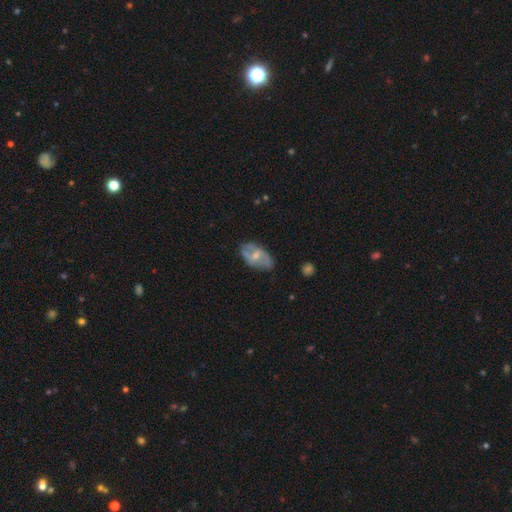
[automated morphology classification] The model was most divided on "bulge size": moderate: 48%, small: 45%, none: 4%, large: 2%, dominant: 1%. Remaining: edge-on disk — no (93%); spiral arms — yes (60%); merging — none (59%); smooth or featured — featured or disk (58%); bar — no (48%).